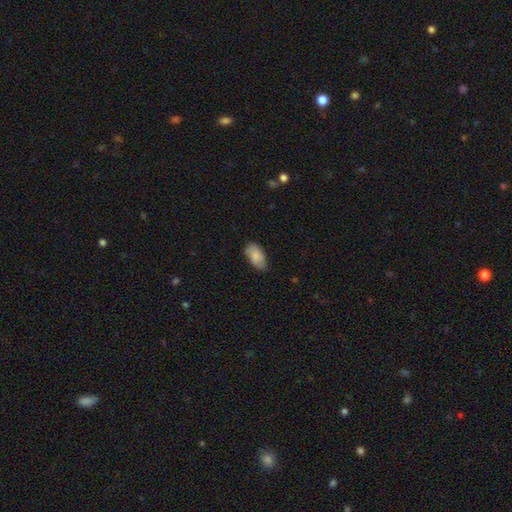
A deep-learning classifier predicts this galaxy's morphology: Overall: smooth (84%). How rounded: in between (94%). Merging: none (70%).